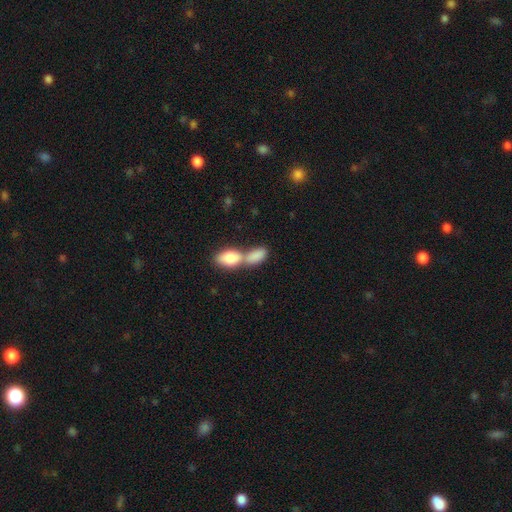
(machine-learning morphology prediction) smooth-or-featured: smooth: 84% | featured or disk: 10% | star or artifact: 6%
  how-rounded: in between: 88% | cigar-shaped: 7% | round: 5%
  merging: merger: 66% | none: 23% | minor disturbance: 7% | major disturbance: 4%